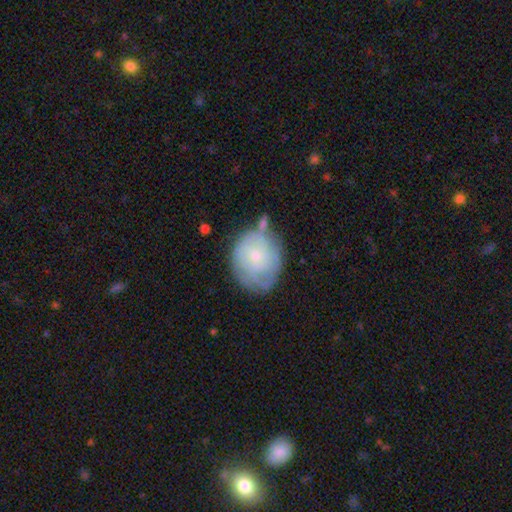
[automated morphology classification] smooth_or_featured: smooth (p=0.46) [tied with: featured or disk p=0.46]
merging: none (p=0.57) [alt: minor disturbance p=0.27]